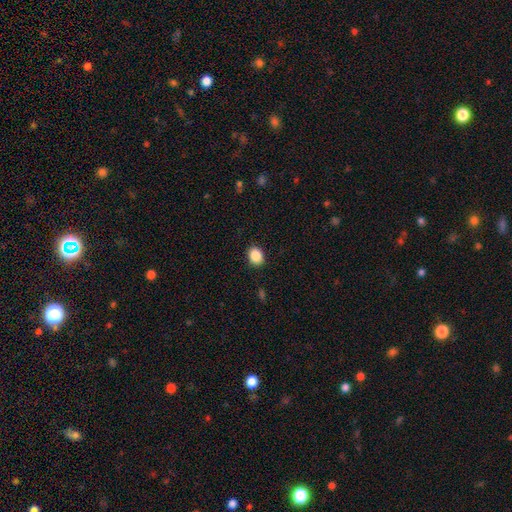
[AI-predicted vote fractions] smooth 88%, star or artifact 8%, featured or disk 3%. Down the decision tree: how rounded — in between (52%); merging — none (90%).